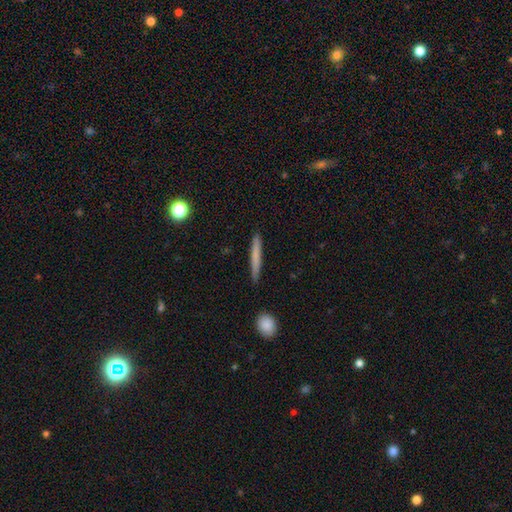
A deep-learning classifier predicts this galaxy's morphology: smooth-or-featured: smooth: 68% | featured or disk: 25% | star or artifact: 6%
  how-rounded: cigar-shaped: 96% | in between: 3% | round: 2%
  merging: none: 89% | minor disturbance: 8% | major disturbance: 2% | merger: 2%